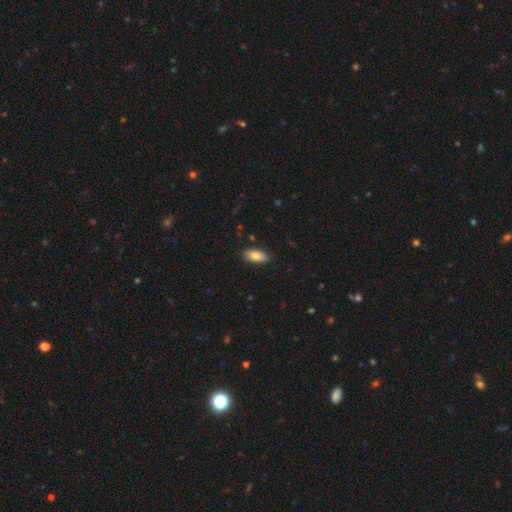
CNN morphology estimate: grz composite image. It shows a smooth galaxy with no disk features (80%) that is in between round and cigar-shaped (89%). Merging: none (87%).